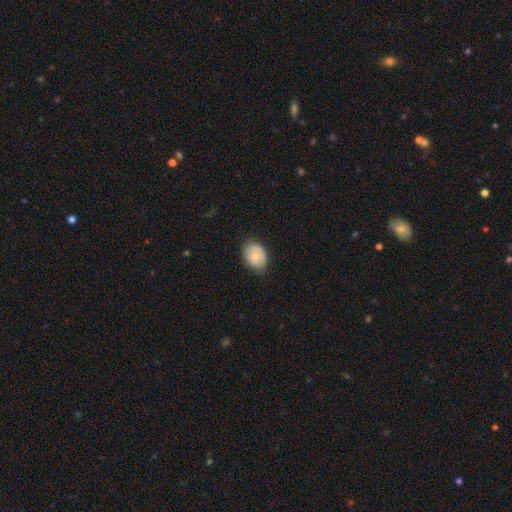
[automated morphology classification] smooth_or_featured: smooth (p=0.67) [alt: featured or disk p=0.26]
how_rounded: in between (p=0.68) [alt: round p=0.31]
merging: none (p=0.78) [alt: minor disturbance p=0.18]